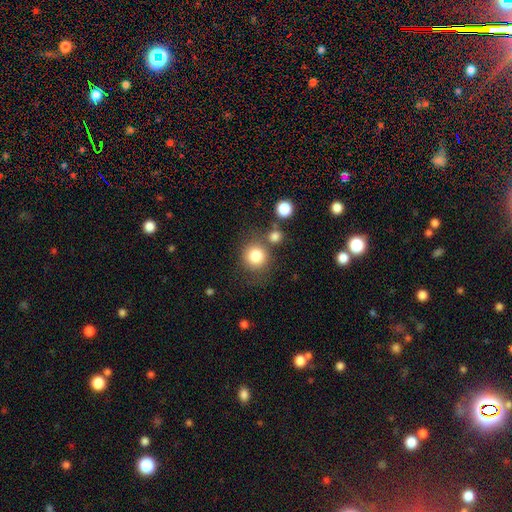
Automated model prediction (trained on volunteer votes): Overall: smooth (83%). How rounded: round (90%). Merging: none (69%).